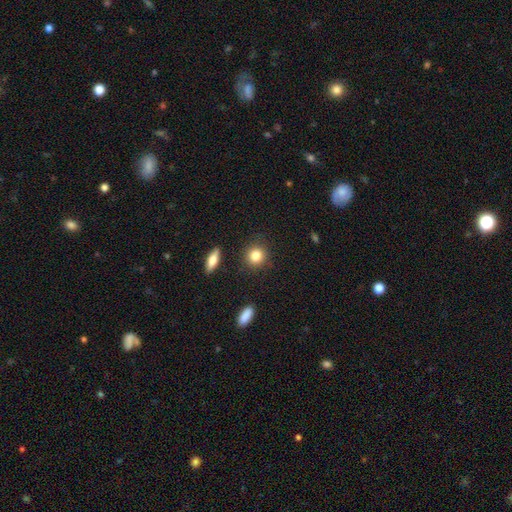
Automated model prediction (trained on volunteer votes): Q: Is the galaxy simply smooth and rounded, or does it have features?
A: smooth — 84%.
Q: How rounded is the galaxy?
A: round — 86%.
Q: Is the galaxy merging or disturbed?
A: none — 88%.